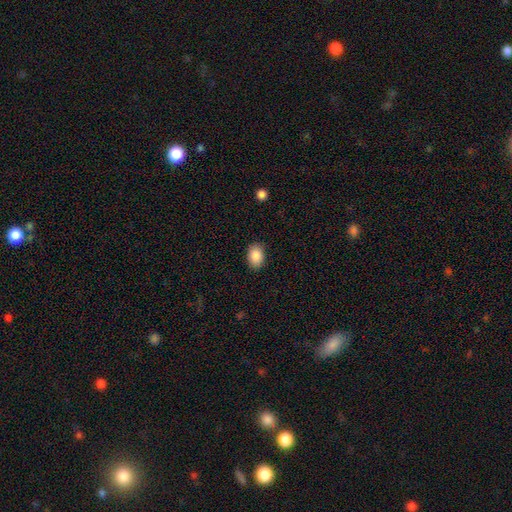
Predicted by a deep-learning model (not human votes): Overall: smooth (88%). How rounded: in between (75%). Merging: none (87%).